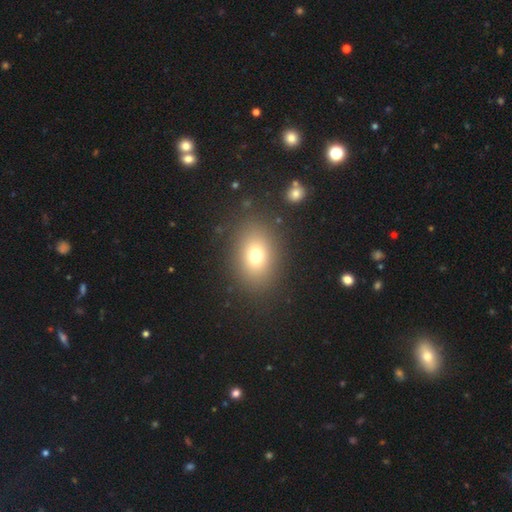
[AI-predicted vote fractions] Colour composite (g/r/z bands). It shows a smooth galaxy with no disk features (73%) that is in between round and cigar-shaped (67%). Merging: none (85%).